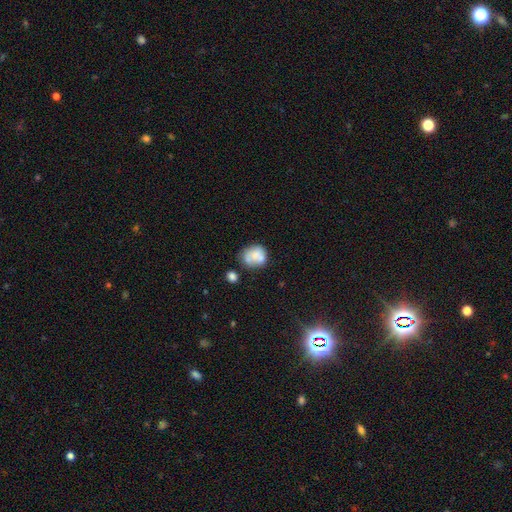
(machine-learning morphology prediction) Overall: smooth (63%; featured or disk 27%). How rounded: round (62%; in between 37%). Merging: none (40%; minor disturbance 24%).